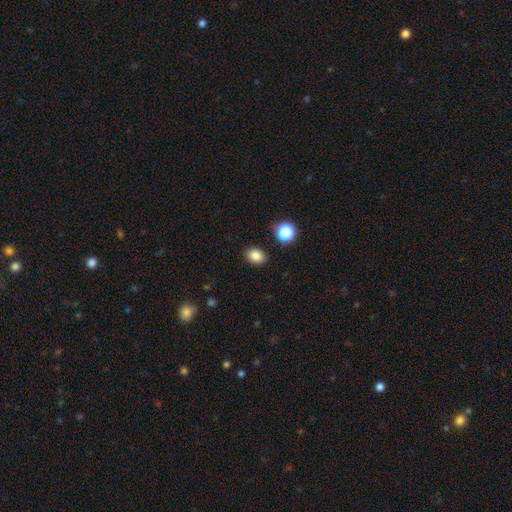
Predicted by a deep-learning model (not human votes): Smooth or featured? Predicted: smooth (p=0.83). How rounded? Predicted: in between (p=0.58). Merging? Predicted: none (p=0.88).